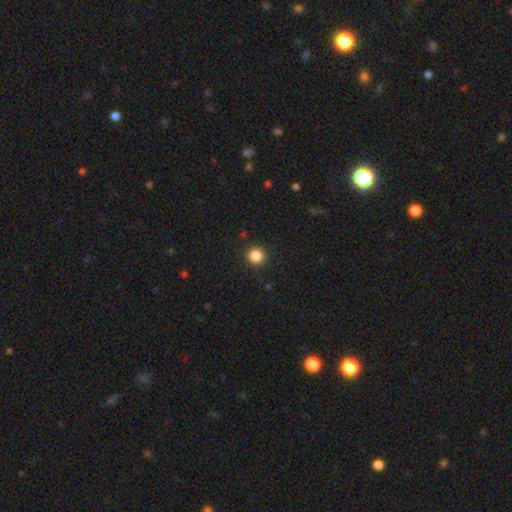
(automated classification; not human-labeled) The model was most divided on "smooth or featured": smooth: 85%, star or artifact: 12%, featured or disk: 3%. More confident: how rounded — round (95%); merging — none (92%).